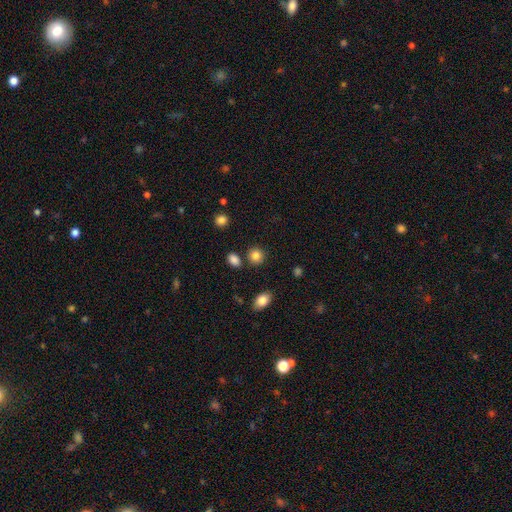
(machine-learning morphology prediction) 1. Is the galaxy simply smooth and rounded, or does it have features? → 85% smooth, 10% star or artifact, 5% featured or disk.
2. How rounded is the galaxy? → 84% round, 15% in between, 1% cigar-shaped.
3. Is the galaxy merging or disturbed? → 83% none, 8% minor disturbance, 6% merger, 3% major disturbance.